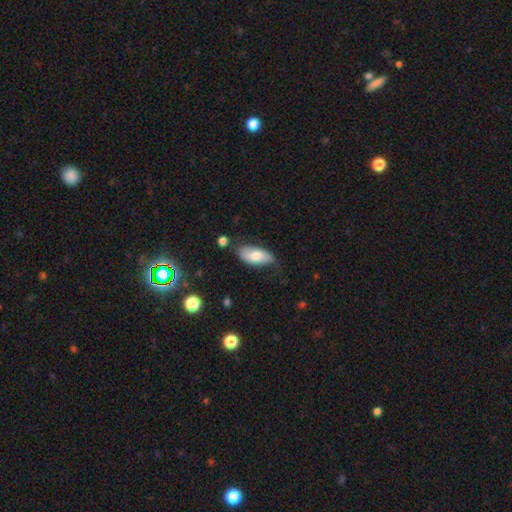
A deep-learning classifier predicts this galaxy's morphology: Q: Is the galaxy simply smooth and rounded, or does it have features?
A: smooth — 67%.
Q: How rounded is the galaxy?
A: in between — 89%.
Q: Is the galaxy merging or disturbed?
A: none — 55%.